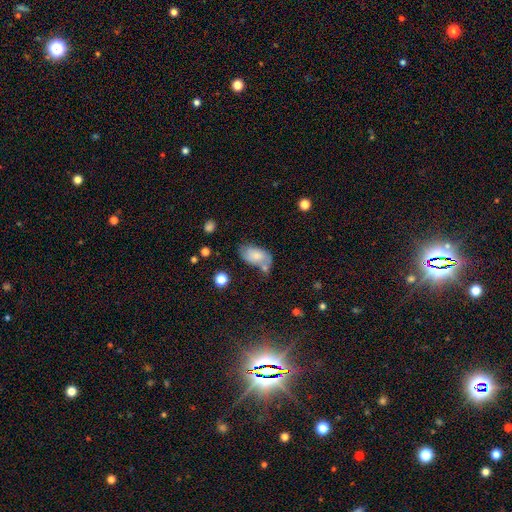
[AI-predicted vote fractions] This appears to be a smooth galaxy with no disk features (67%) that is in between round and cigar-shaped (92%). Merging: none (43%).